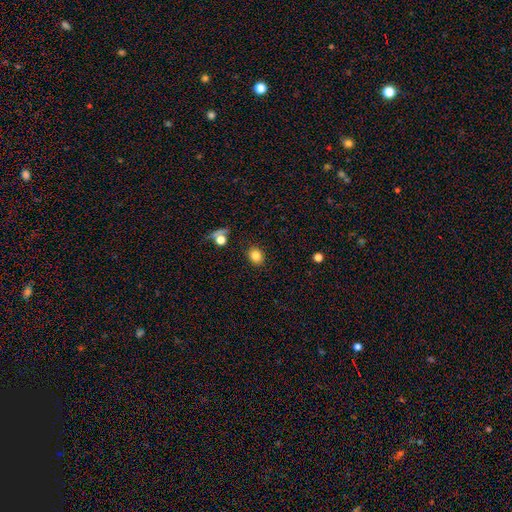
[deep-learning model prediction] Q: Smooth or featured?
A: smooth (82%); runner-up: star or artifact (11%)
Q: How rounded?
A: round (56%); runner-up: in between (43%)
Q: Merging?
A: none (86%); runner-up: minor disturbance (8%)